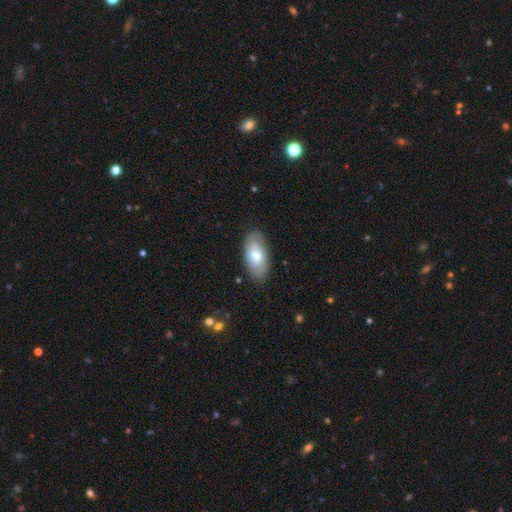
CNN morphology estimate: smooth_or_featured: smooth (p=0.70) [alt: featured or disk p=0.24]
how_rounded: in between (p=0.93) [alt: cigar-shaped p=0.04]
merging: none (p=0.84) [alt: minor disturbance p=0.12]